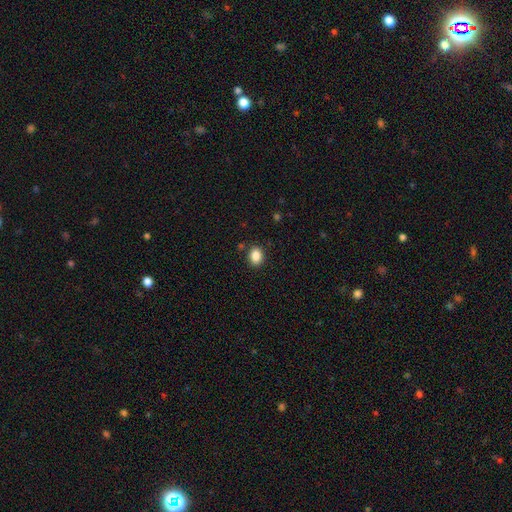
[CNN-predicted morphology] Q: Smooth or featured?
A: smooth (86%); runner-up: star or artifact (9%)
Q: How rounded?
A: in between (60%); runner-up: round (39%)
Q: Merging?
A: none (87%); runner-up: minor disturbance (8%)